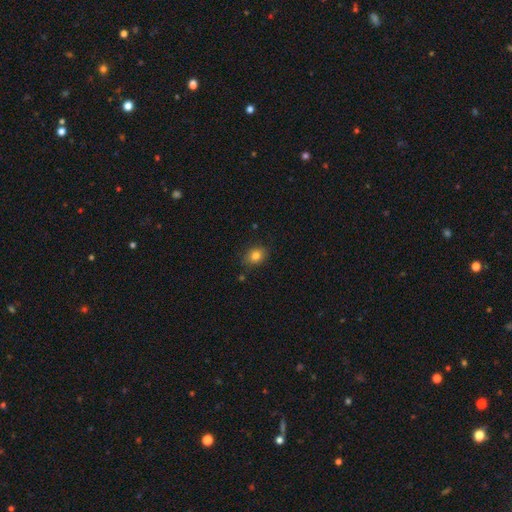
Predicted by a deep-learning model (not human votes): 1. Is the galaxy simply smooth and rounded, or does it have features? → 81% smooth, 11% star or artifact, 8% featured or disk.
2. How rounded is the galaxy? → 50% in between, 49% round, 1% cigar-shaped.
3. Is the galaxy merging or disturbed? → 82% none, 13% minor disturbance, 3% major disturbance, 2% merger.